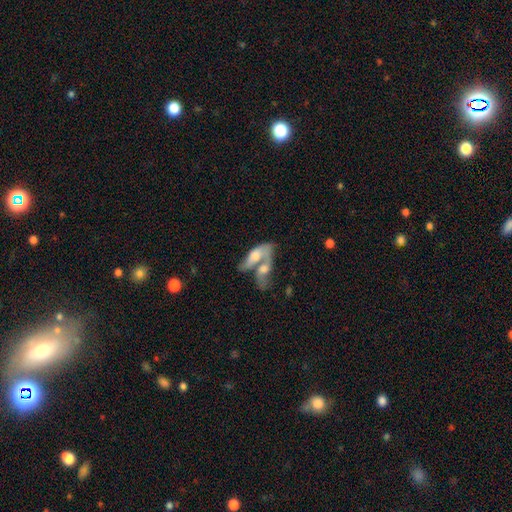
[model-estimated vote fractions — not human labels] Smooth or featured? featured or disk (48%)
Merging? merger (72%)